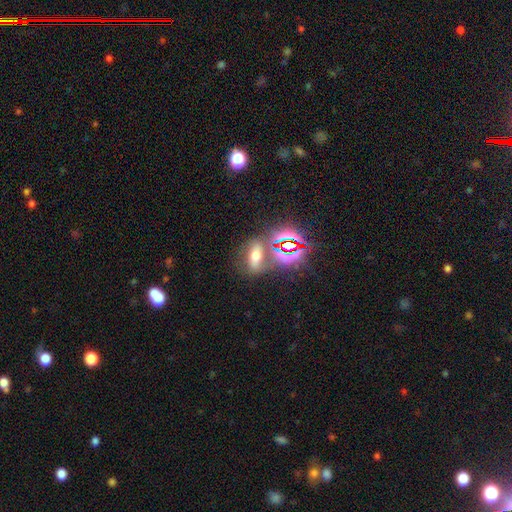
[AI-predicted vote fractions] Smooth or featured?
  - smooth: 41% *
  - star or artifact: 37%
  - featured or disk: 22%
Merging?
  - none: 65% *
  - merger: 16%
  - minor disturbance: 13%
  - major disturbance: 7%